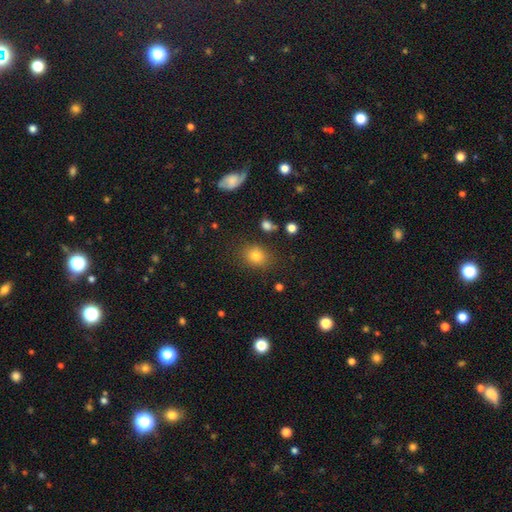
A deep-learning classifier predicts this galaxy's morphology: A smooth galaxy with no disk features (79%) that is round (52%). Merging: none (82%).